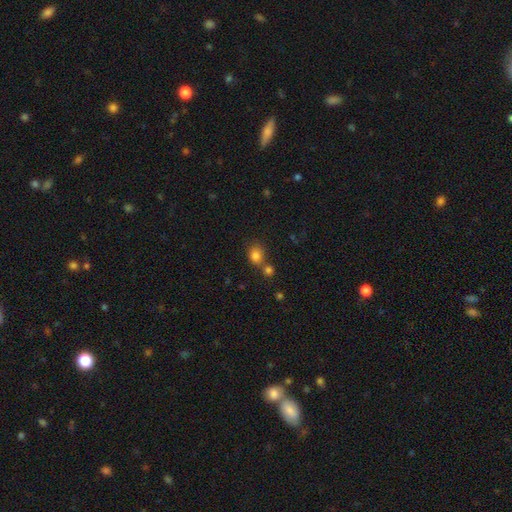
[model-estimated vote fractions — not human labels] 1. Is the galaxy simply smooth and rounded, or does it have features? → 82% smooth, 12% star or artifact, 6% featured or disk.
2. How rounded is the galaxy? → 65% round, 34% in between, 1% cigar-shaped.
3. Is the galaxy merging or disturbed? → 55% none, 29% merger, 11% minor disturbance, 4% major disturbance.